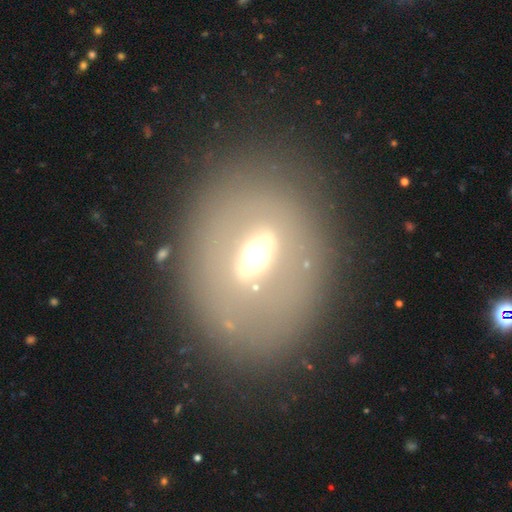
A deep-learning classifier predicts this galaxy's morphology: Smooth or featured?
  - featured or disk: 48% *
  - smooth: 38%
  - star or artifact: 14%
Merging?
  - none: 78% *
  - minor disturbance: 11%
  - major disturbance: 8%
  - merger: 3%